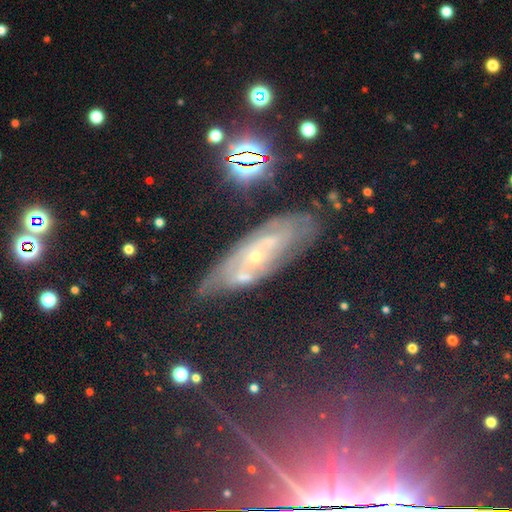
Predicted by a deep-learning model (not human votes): A featured or disk galaxy (65%) with no bar (68%), spiral arms (77%) and a small central bulge (78%).

Vote fractions:
- Smooth or featured? featured or disk: 65% / star or artifact: 18% / smooth: 17%
- Edge-on disk? no: 79% / yes: 21%
- Bar? no: 68% / weak: 24% / strong: 8%
- Spiral arms? yes: 77% / no: 23%
- Bulge size? small: 78% / moderate: 17% / none: 2% / large: 1% / dominant: 1%
- Merging? none: 68% / minor disturbance: 20% / major disturbance: 7% / merger: 5%